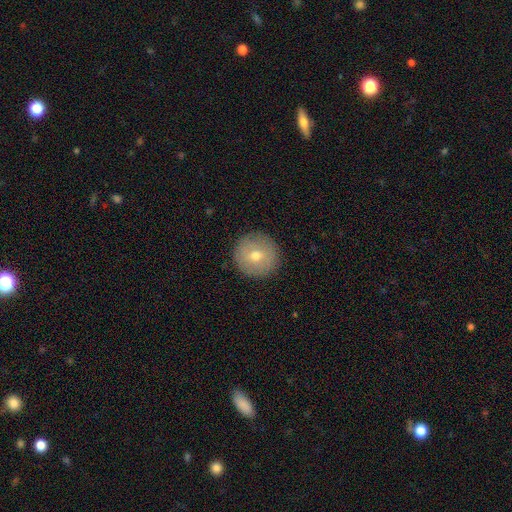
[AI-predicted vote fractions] Smooth or featured: smooth — 67% (featured or disk — 24%)
How rounded: round — 96% (in between — 3%)
Merging: none — 91% (minor disturbance — 6%)